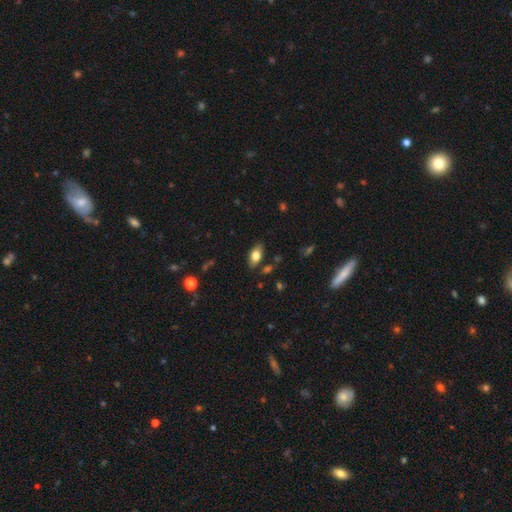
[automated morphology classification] Smooth or featured? smooth (76%)
How rounded? in between (89%)
Merging? none (82%)